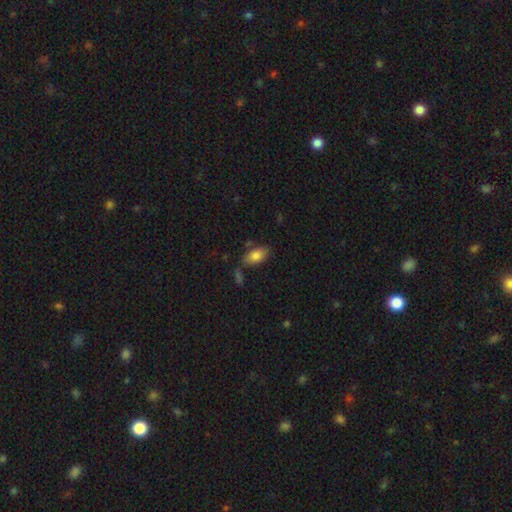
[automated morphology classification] Smooth or featured?
  - smooth: 81% *
  - featured or disk: 12%
  - star or artifact: 7%
How rounded?
  - in between: 92% *
  - cigar-shaped: 5%
  - round: 3%
Merging?
  - none: 71% *
  - minor disturbance: 16%
  - merger: 8%
  - major disturbance: 4%